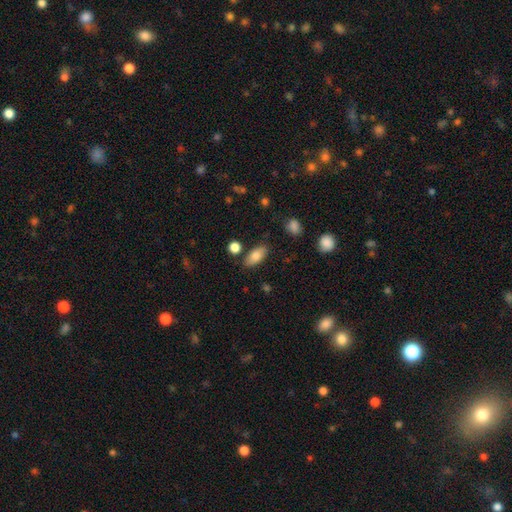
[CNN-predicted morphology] Smooth or featured? smooth (79%)
How rounded? in between (87%)
Merging? none (82%)